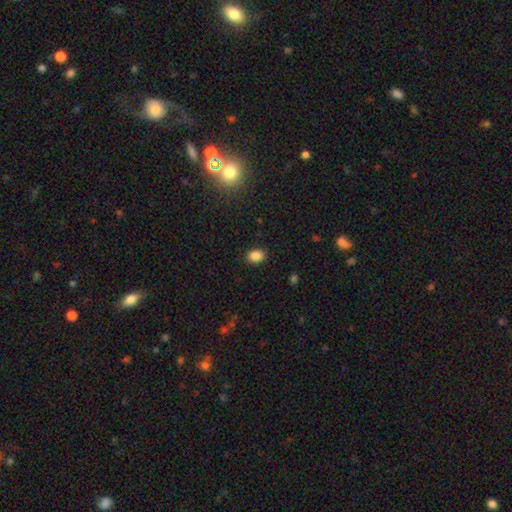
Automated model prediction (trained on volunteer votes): Morphology: type=smooth (86%); roundness=in between (60%); merging=none (88%).